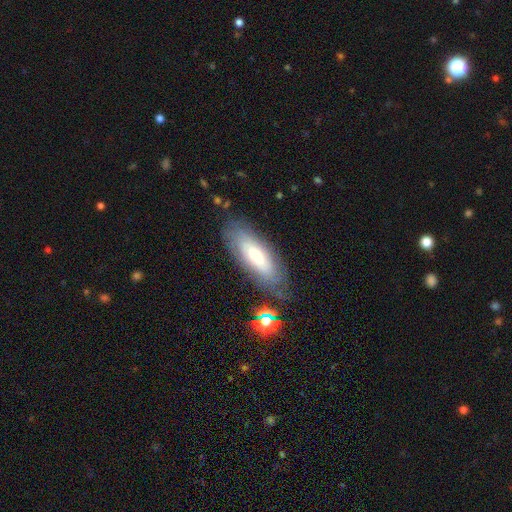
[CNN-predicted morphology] Smooth or featured? Predicted: smooth (p=0.56). How rounded? Predicted: in between (p=0.71). Merging? Predicted: none (p=0.77).